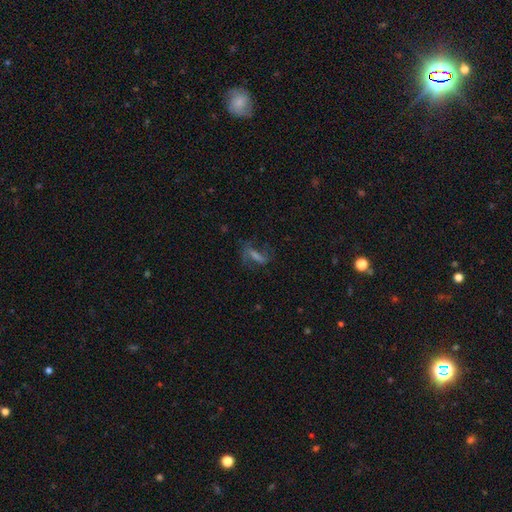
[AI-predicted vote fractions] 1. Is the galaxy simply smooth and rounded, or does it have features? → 41% featured or disk, 33% smooth, 26% star or artifact.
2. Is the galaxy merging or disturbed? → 58% none, 21% major disturbance, 19% minor disturbance, 3% merger.